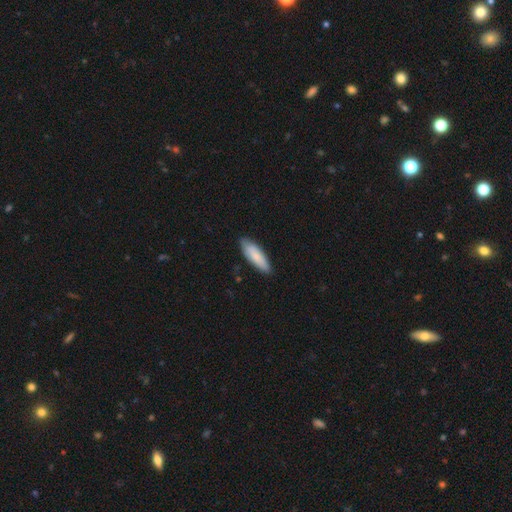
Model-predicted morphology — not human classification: Smooth or featured: smooth — 84% (featured or disk — 11%)
How rounded: cigar-shaped — 50% (in between — 49%)
Merging: none — 83% (minor disturbance — 14%)